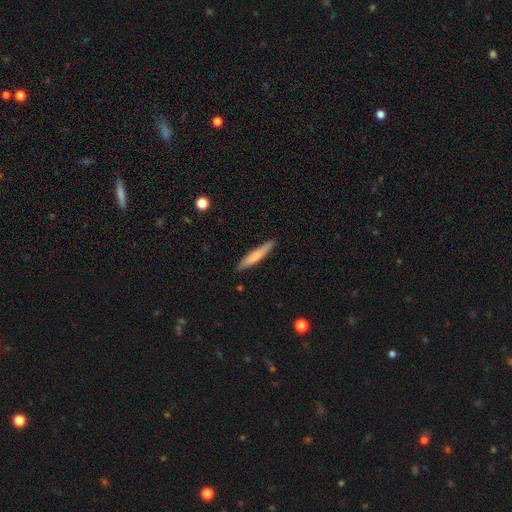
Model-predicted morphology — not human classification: This appears to be a smooth galaxy with no disk features (71%) that is cigar-shaped (93%). Merging: none (89%).